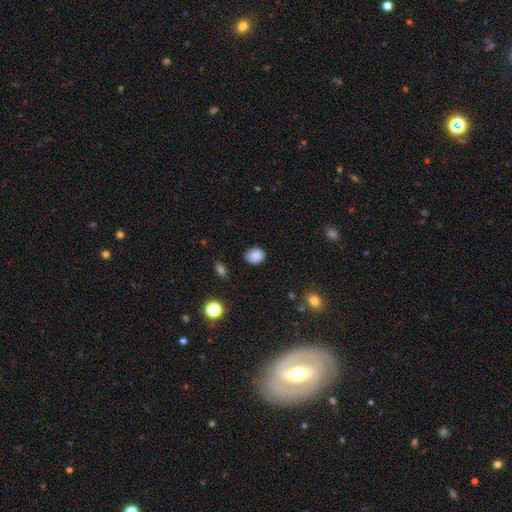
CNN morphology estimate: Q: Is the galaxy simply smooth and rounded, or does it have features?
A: smooth — 85%.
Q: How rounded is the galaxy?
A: round — 60%.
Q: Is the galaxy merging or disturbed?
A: none — 76%.